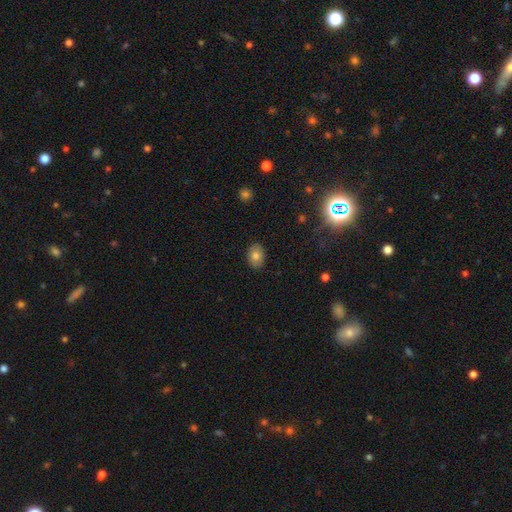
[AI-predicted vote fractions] Smooth or featured? Predicted: smooth (p=0.77). How rounded? Predicted: in between (p=0.75). Merging? Predicted: none (p=0.88).